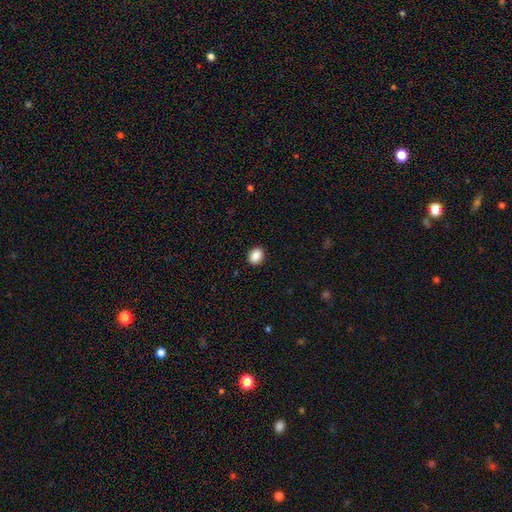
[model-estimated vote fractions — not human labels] Overall: smooth (89%). How rounded: in between (54%; round 45%). Merging: none (91%).